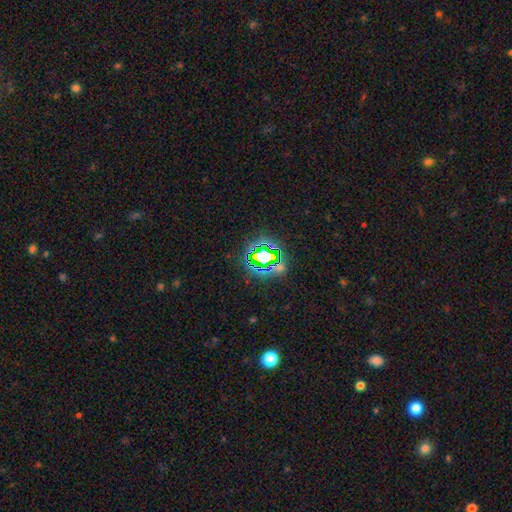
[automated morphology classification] A star or artifact, not a galaxy (77%).